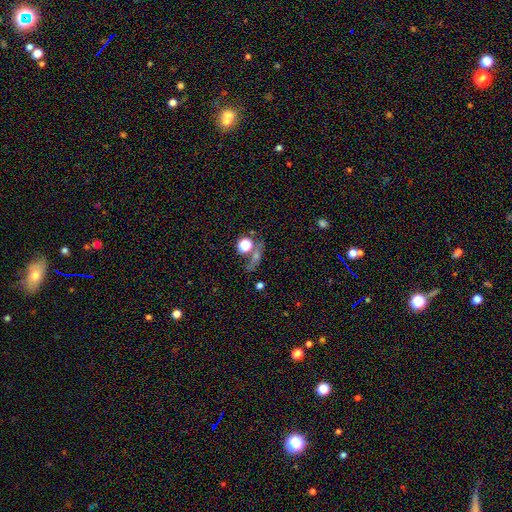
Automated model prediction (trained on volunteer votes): smooth-or-featured: smooth: 43% | star or artifact: 39% | featured or disk: 18%
  merging: none: 56% | merger: 20% | minor disturbance: 13% | major disturbance: 11%